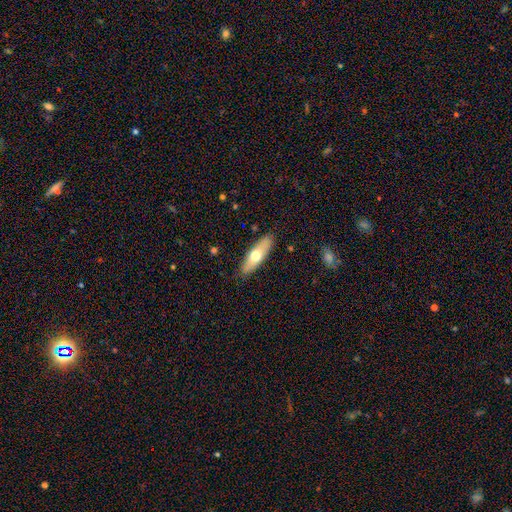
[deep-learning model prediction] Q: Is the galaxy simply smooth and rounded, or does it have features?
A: smooth — 60%.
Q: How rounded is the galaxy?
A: in between — 51%.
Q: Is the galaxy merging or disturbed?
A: none — 87%.